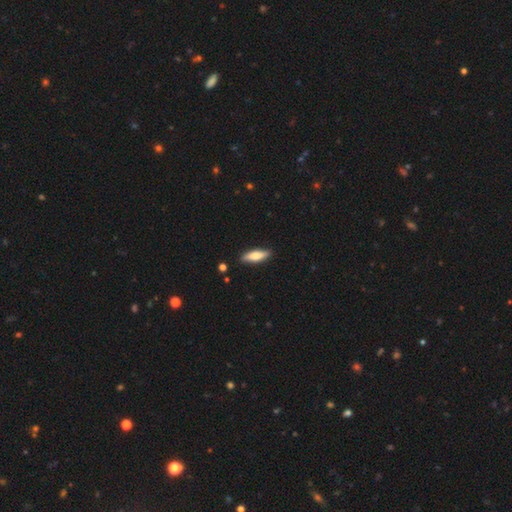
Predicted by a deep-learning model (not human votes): Smooth or featured?
  - smooth: 66% *
  - featured or disk: 28%
  - star or artifact: 6%
How rounded?
  - cigar-shaped: 57% *
  - in between: 41%
  - round: 2%
Merging?
  - none: 87% *
  - minor disturbance: 9%
  - major disturbance: 2%
  - merger: 1%